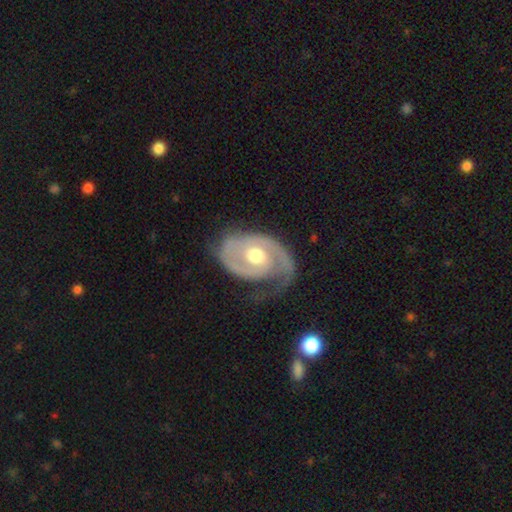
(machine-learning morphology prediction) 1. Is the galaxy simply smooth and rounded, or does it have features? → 88% featured or disk, 8% smooth, 4% star or artifact.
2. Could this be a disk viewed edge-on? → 97% no, 3% yes.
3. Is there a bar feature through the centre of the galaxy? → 69% no, 25% weak, 6% strong.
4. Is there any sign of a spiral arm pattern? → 95% yes, 5% no.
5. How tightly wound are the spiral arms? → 51% tight, 34% medium, 14% loose.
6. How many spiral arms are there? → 50% 2, 38% 1, 7% can't tell, 3% 3, 1% 4, 1% more than 4.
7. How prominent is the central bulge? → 76% moderate, 12% large, 10% small, 1% dominant, 1% none.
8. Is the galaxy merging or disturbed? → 52% none, 25% minor disturbance, 22% major disturbance, 2% merger.